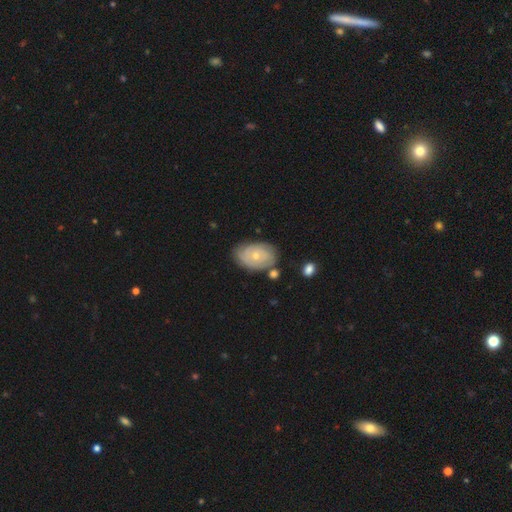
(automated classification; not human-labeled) The model was most divided on "smooth or featured": featured or disk: 55%, smooth: 38%, star or artifact: 7%. More confident: edge-on disk — no (95%); bar — no (85%); spiral arms — yes (70%); merging — none (69%); bulge size — small (66%).